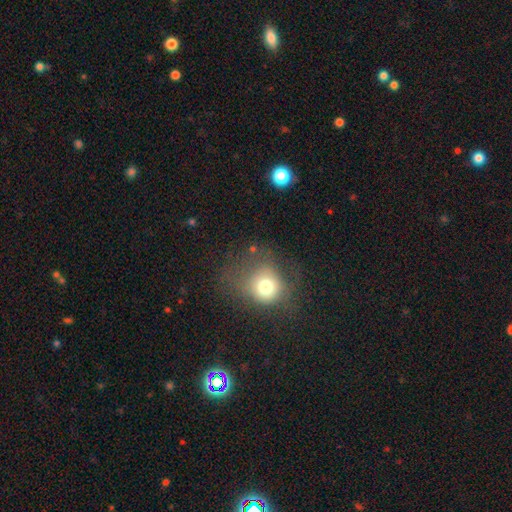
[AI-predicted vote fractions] This is likely a smooth galaxy (64%). How rounded: likely round (74%). Merging: marginally none (45%).